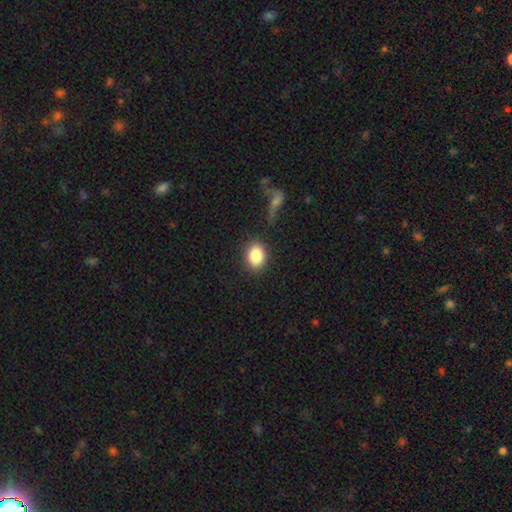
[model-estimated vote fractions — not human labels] This is clearly a smooth galaxy (86%). How rounded: possibly in between (58%). Merging: clearly none (83%).